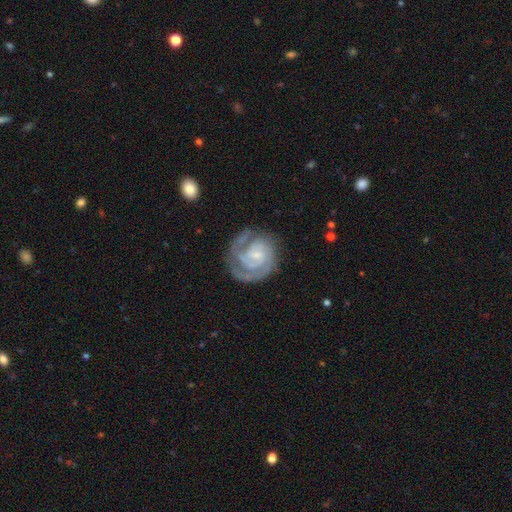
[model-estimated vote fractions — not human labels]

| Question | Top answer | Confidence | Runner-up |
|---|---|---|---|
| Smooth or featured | featured or disk | 88% | smooth (8%) |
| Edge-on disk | no | 98% | yes (2%) |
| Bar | no | 58% | weak (34%) |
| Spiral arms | yes | 97% | no (3%) |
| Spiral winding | tight | 67% | medium (28%) |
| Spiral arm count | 2 | 49% | 3 (21%) |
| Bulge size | small | 75% | moderate (13%) |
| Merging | none | 69% | minor disturbance (18%) |